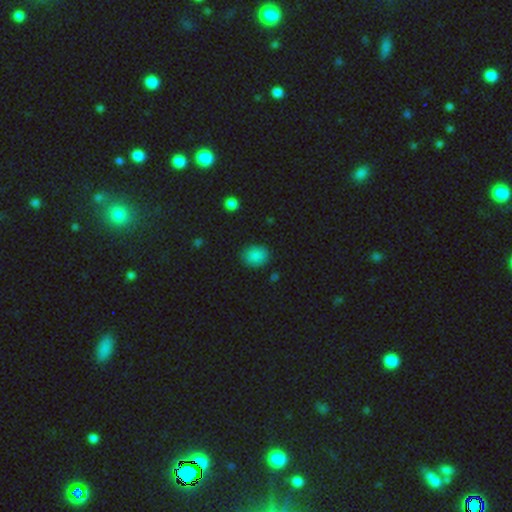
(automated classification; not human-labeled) Smooth or featured?
  - smooth: 86% *
  - star or artifact: 10%
  - featured or disk: 4%
How rounded?
  - round: 60% *
  - in between: 39%
  - cigar-shaped: 1%
Merging?
  - none: 86% *
  - minor disturbance: 10%
  - major disturbance: 3%
  - merger: 1%